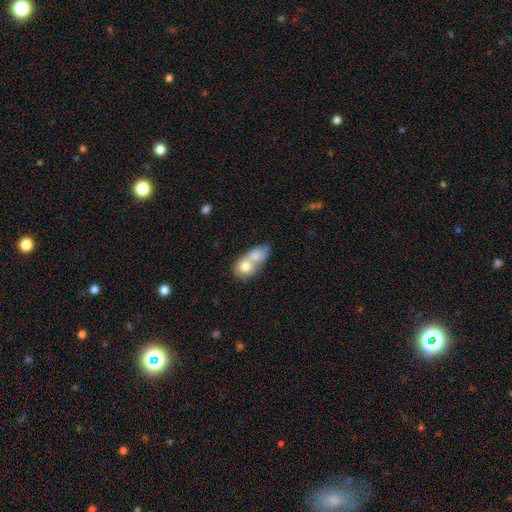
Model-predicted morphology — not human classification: smooth_or_featured: smooth (p=0.75) [alt: featured or disk p=0.19]
how_rounded: in between (p=0.57) [alt: round p=0.40]
merging: merger (p=0.76) [alt: none p=0.15]